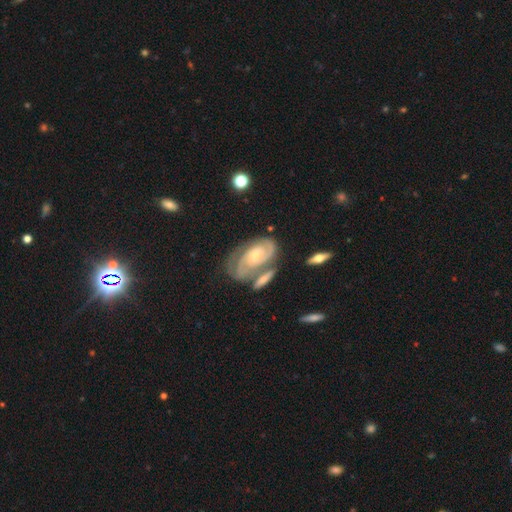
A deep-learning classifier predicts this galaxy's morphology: A featured or disk galaxy (83%) with no bar (69%), 2 (53%) tight (63%) spiral arms (95%) and a small central bulge (61%). Merging: none (46%).